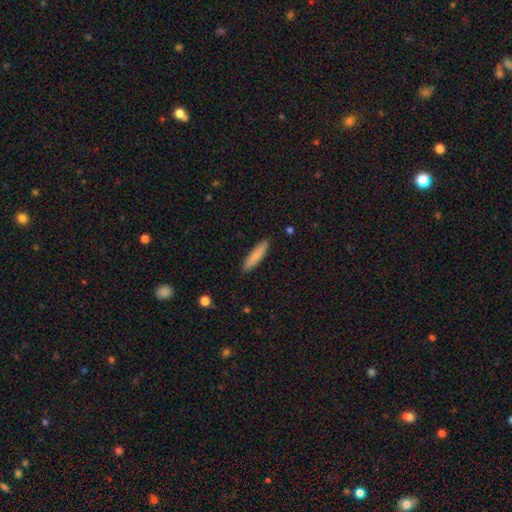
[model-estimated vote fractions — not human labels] A smooth galaxy with no disk features (84%) that is cigar-shaped (81%). Merging: none (89%).